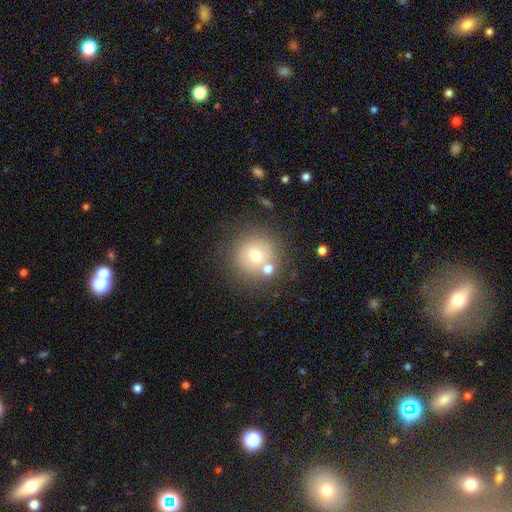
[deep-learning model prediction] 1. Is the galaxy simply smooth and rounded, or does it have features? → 69% smooth, 18% featured or disk, 13% star or artifact.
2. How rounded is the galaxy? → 94% round, 5% in between, 1% cigar-shaped.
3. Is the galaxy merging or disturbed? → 74% none, 11% merger, 11% minor disturbance, 4% major disturbance.